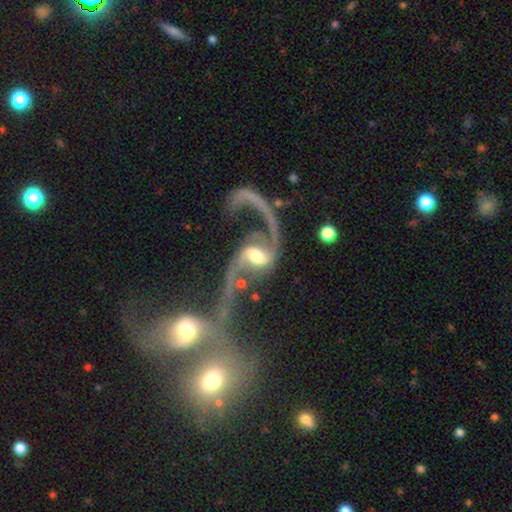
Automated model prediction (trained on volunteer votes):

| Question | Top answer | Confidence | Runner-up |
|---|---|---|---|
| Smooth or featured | featured or disk | 90% | star or artifact (5%) |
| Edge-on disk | no | 97% | yes (3%) |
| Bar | weak | 42% | strong (35%) |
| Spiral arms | yes | 96% | no (4%) |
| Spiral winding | loose | 85% | medium (12%) |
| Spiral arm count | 2 | 92% | 1 (3%) |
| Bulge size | moderate | 62% | small (17%) |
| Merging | none | 40% | major disturbance (29%) |